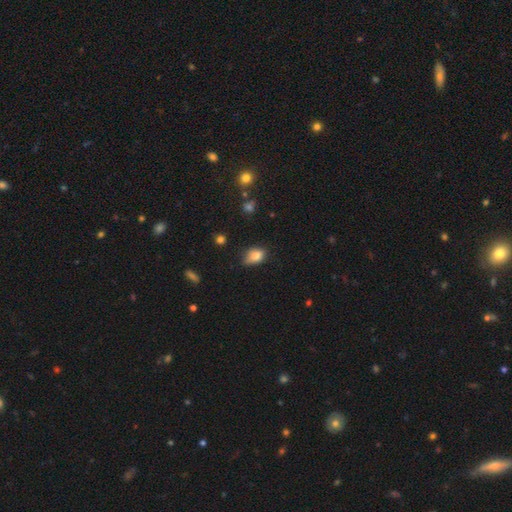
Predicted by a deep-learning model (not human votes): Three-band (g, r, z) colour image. It shows a smooth galaxy with no disk features (80%) that is in between round and cigar-shaped (74%). Merging: none (47%).